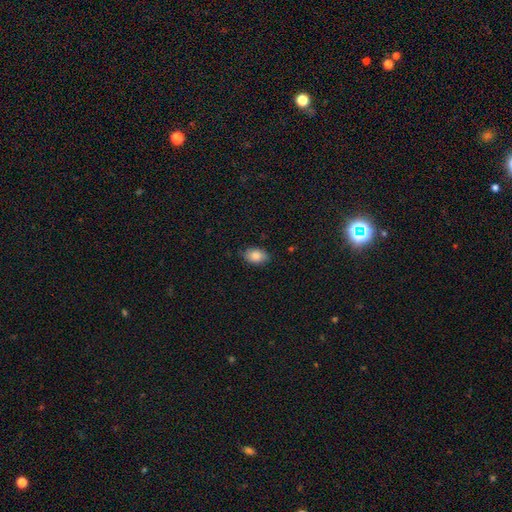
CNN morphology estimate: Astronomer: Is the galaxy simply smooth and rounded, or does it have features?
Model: smooth — 86%.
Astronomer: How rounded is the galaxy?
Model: in between — 88%.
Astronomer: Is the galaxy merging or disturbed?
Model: none — 81%.